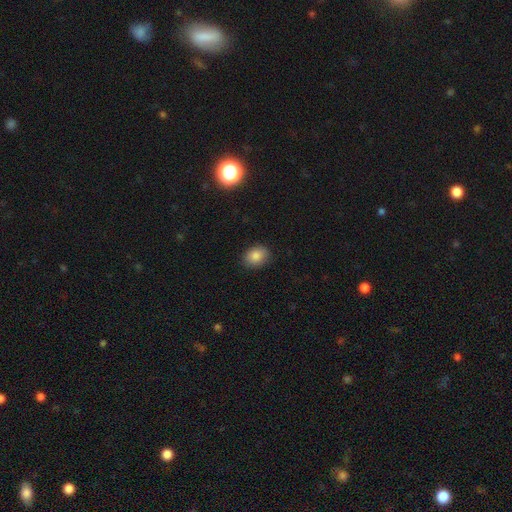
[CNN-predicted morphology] smooth_or_featured: smooth (p=0.85) [alt: star or artifact p=0.09]
how_rounded: in between (p=0.65) [alt: round p=0.34]
merging: none (p=0.87) [alt: minor disturbance p=0.10]